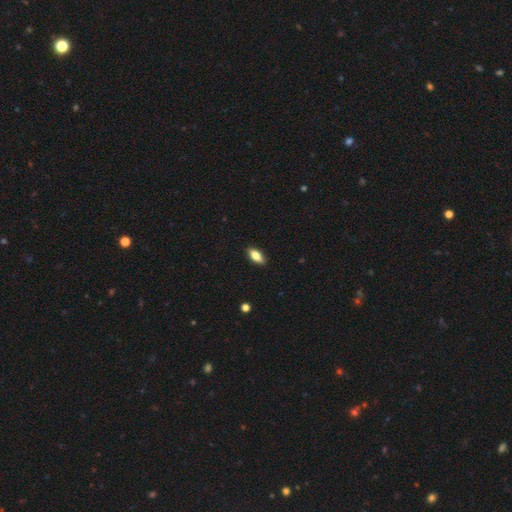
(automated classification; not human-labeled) This is likely a smooth galaxy (74%). How rounded: clearly in between (83%). Merging: clearly none (88%).